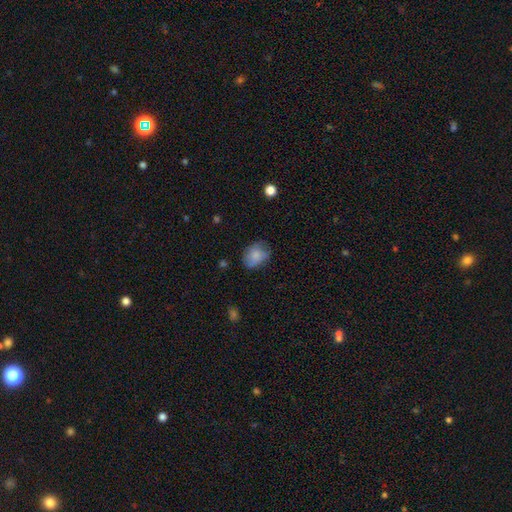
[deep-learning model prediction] Smooth or featured? Predicted: smooth (p=0.78). How rounded? Predicted: in between (p=0.63). Merging? Predicted: none (p=0.65).